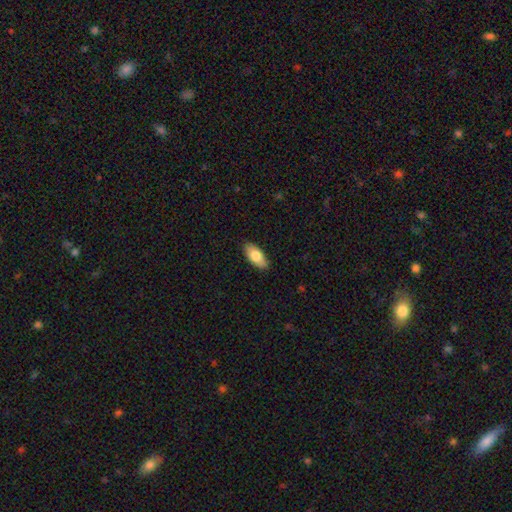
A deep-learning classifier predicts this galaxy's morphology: Smooth or featured?
  - smooth: 78% *
  - featured or disk: 16%
  - star or artifact: 6%
How rounded?
  - in between: 89% *
  - cigar-shaped: 8%
  - round: 2%
Merging?
  - none: 87% *
  - minor disturbance: 11%
  - major disturbance: 2%
  - merger: 1%